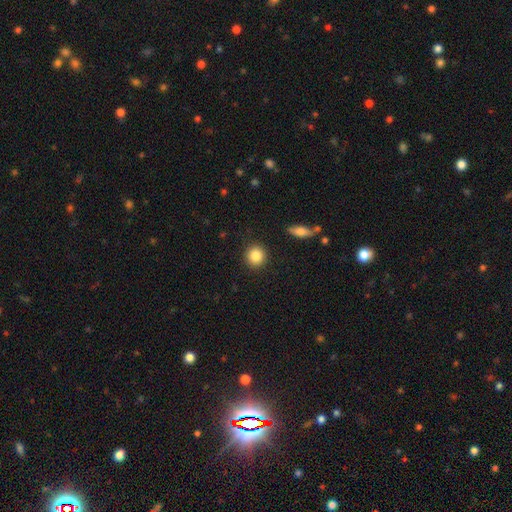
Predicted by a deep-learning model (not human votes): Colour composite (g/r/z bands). It shows a smooth galaxy with no disk features (86%) that is round (90%). Merging: none (90%).